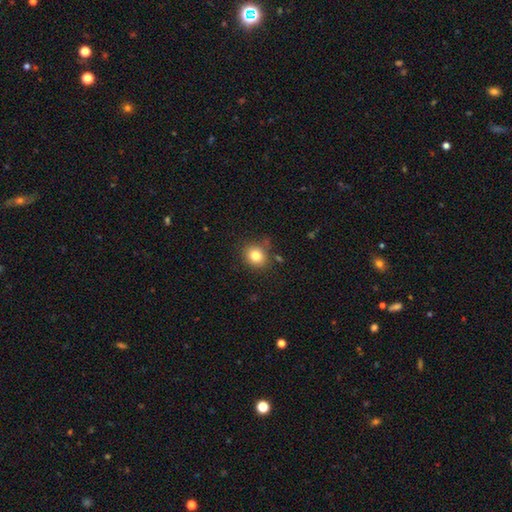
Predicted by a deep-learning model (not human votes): This is clearly a smooth galaxy (80%). How rounded: likely round (67%). Merging: likely none (78%).